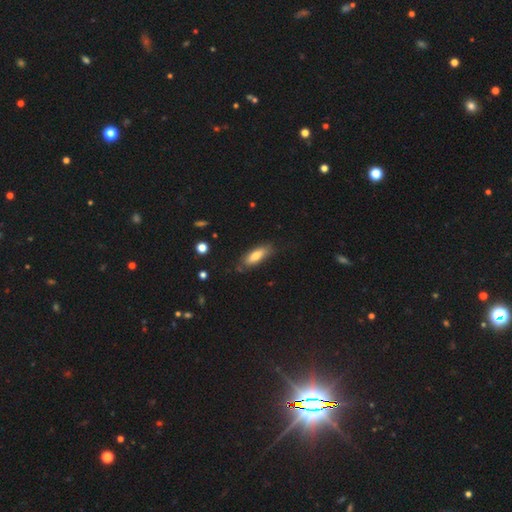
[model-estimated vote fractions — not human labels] A smooth galaxy with no disk features (72%) that is in between round and cigar-shaped (65%). Merging: none (78%).